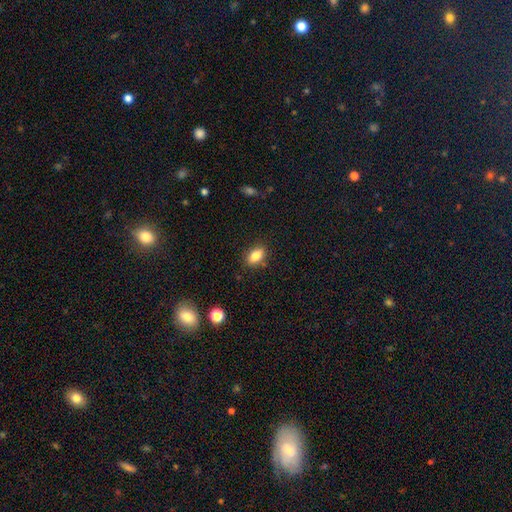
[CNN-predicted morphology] Smooth or featured? Predicted: smooth (p=0.84). How rounded? Predicted: in between (p=0.85). Merging? Predicted: none (p=0.85).